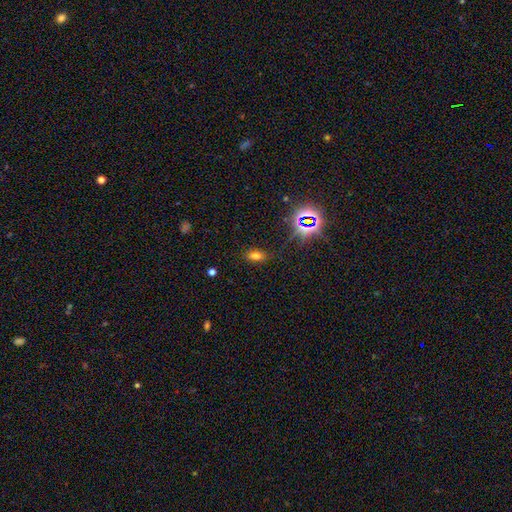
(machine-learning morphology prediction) A smooth galaxy with no disk features (65%) that is in between round and cigar-shaped (85%). Merging: none (83%).